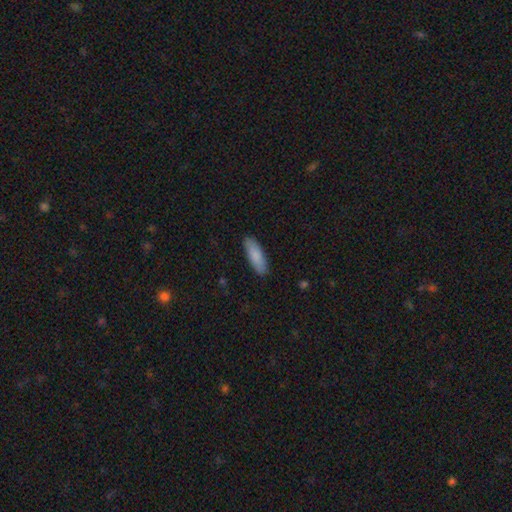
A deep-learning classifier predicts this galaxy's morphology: Smooth or featured?
  - smooth: 86% *
  - featured or disk: 9%
  - star or artifact: 5%
How rounded?
  - in between: 54% *
  - cigar-shaped: 44%
  - round: 2%
Merging?
  - none: 88% *
  - minor disturbance: 9%
  - major disturbance: 2%
  - merger: 1%